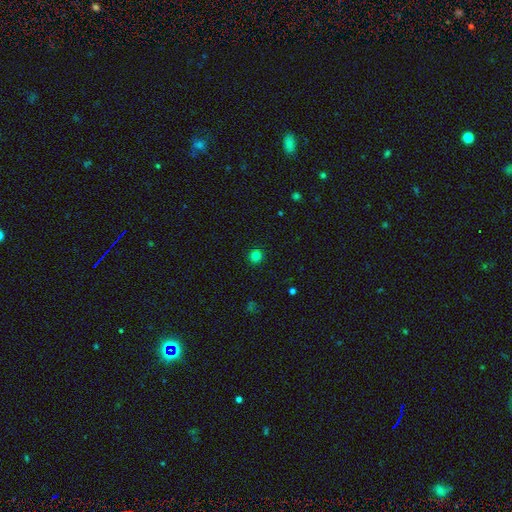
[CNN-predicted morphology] type=smooth (82%); roundness=round (92%); merging=none (92%).